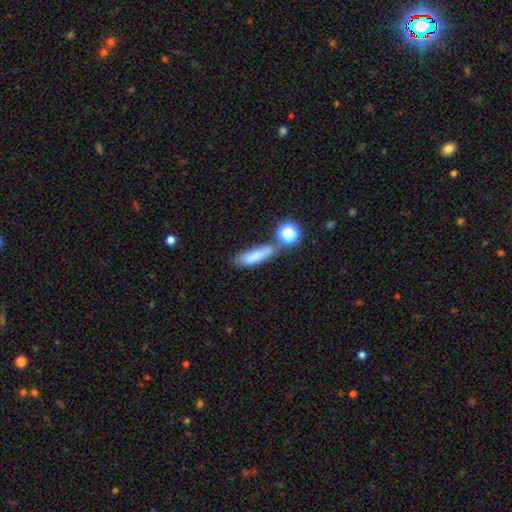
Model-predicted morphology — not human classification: This appears to be a smooth galaxy with no disk features (75%) that is cigar-shaped (58%). Merging: none (61%).